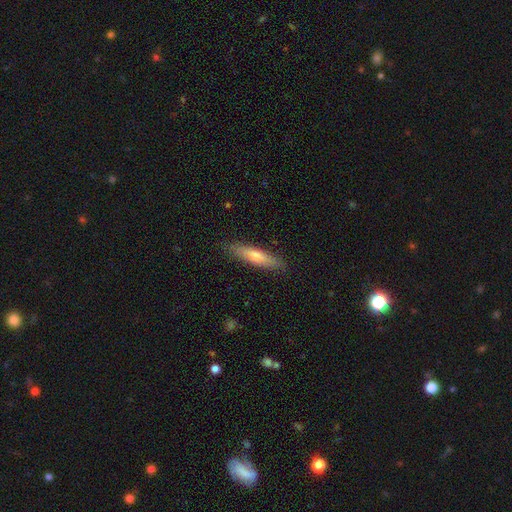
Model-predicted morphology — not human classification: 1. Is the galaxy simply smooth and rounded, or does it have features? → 67% smooth, 27% featured or disk, 6% star or artifact.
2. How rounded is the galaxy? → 85% cigar-shaped, 14% in between, 1% round.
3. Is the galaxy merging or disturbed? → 88% none, 9% minor disturbance, 2% major disturbance, 1% merger.